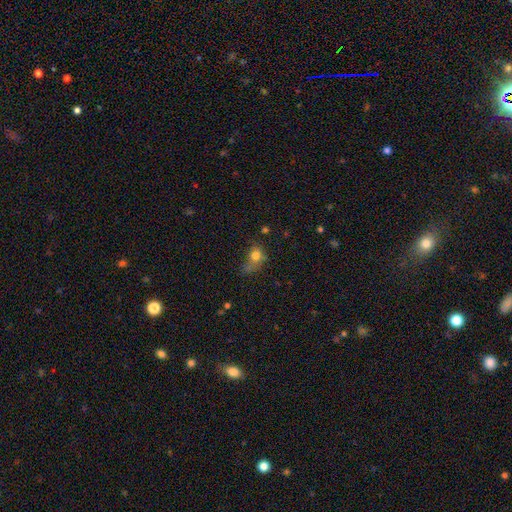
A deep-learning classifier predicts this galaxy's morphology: The model was most divided on "merging": none: 31%, major disturbance: 30%, minor disturbance: 29%, merger: 10%. More confident: smooth or featured — smooth (74%); how rounded — round (54%).